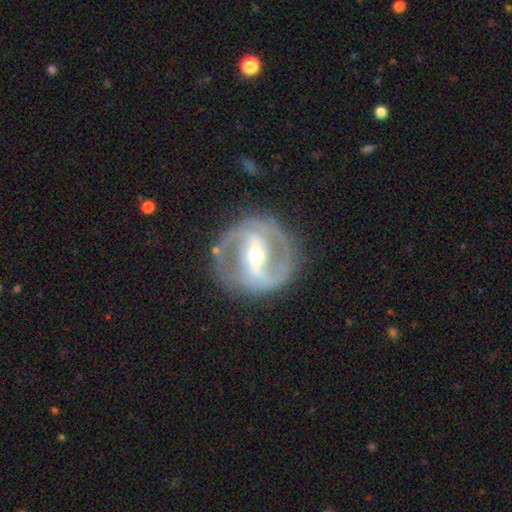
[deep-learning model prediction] Morphology: type=featured or disk (84%); edge-on=no (95%); bar=strong (58%); spiral arms=yes (84%); winding=medium (44%); arm count=2 (83%); bulge=moderate (61%); merging=none (80%).